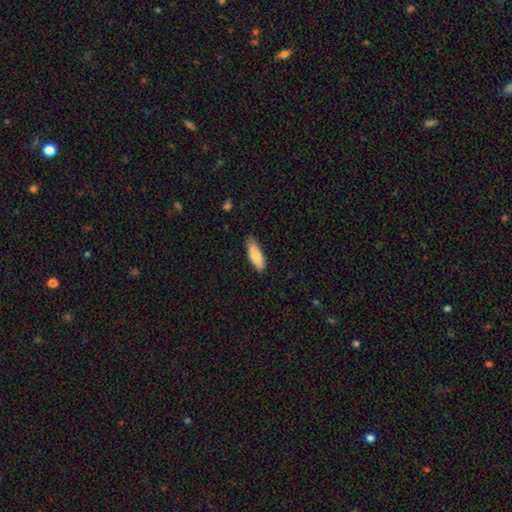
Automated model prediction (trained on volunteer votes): A smooth galaxy with no disk features (84%) that is in between round and cigar-shaped (57%).

Vote fractions:
- Smooth or featured? smooth: 84% / featured or disk: 10% / star or artifact: 6%
- How rounded? in between: 57% / cigar-shaped: 41% / round: 2%
- Merging? none: 82% / minor disturbance: 15% / major disturbance: 2% / merger: 1%